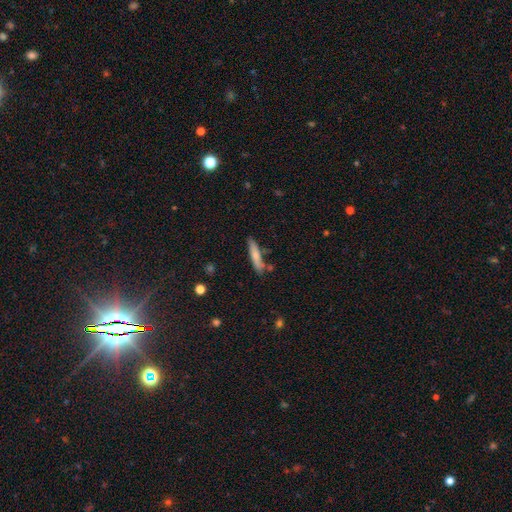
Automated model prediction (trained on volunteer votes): Smooth or featured? smooth (71%)
How rounded? cigar-shaped (88%)
Merging? none (74%)